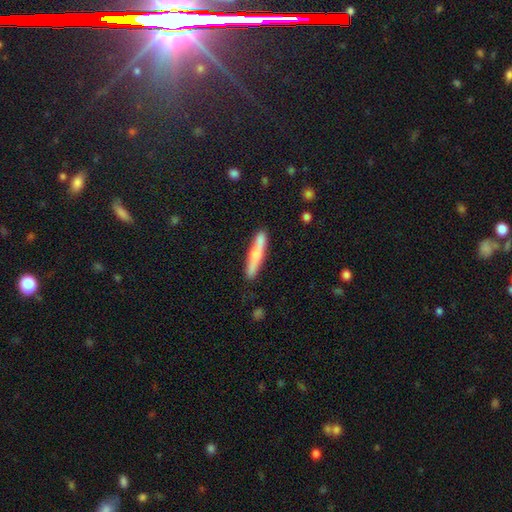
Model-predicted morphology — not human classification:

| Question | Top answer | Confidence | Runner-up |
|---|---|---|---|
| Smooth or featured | smooth | 68% | featured or disk (27%) |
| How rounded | cigar-shaped | 91% | in between (7%) |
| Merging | none | 80% | minor disturbance (13%) |